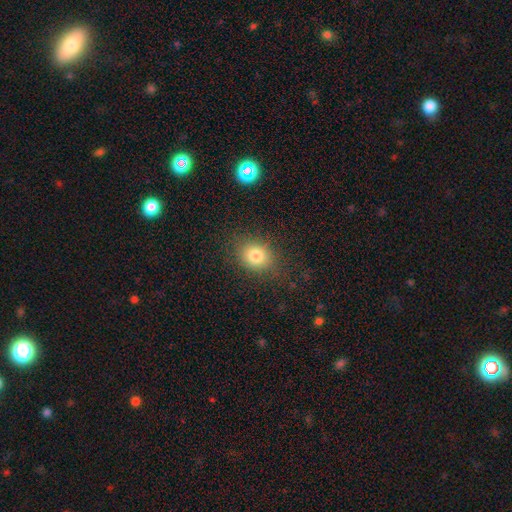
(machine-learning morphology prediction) Overall: smooth (79%). How rounded: round (57%; in between 42%). Merging: none (84%).